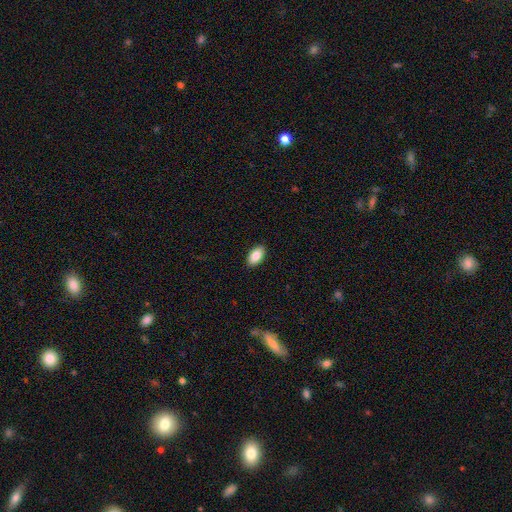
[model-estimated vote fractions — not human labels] smooth 86%, star or artifact 7%, featured or disk 7%. Down the decision tree: how rounded — in between (94%); merging — none (90%).